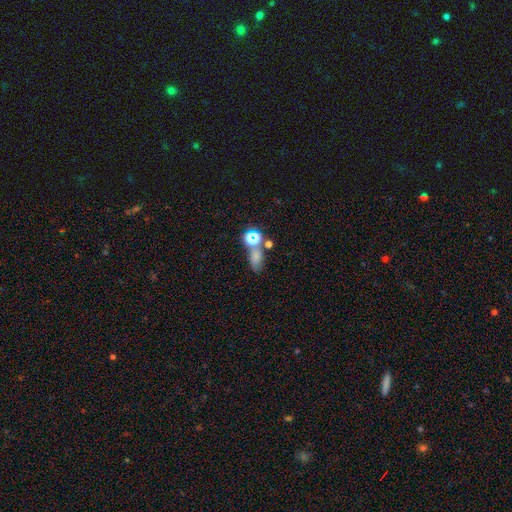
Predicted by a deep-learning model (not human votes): Morphology: type=smooth (58%); roundness=in between (66%); merging=none (48%).